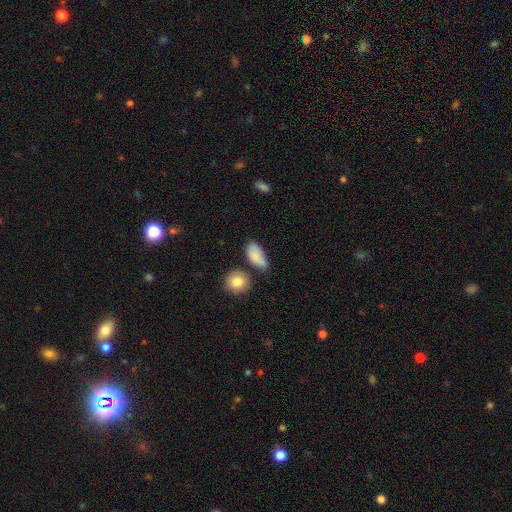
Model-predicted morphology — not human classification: Smooth or featured? smooth (84%)
How rounded? in between (87%)
Merging? none (54%)